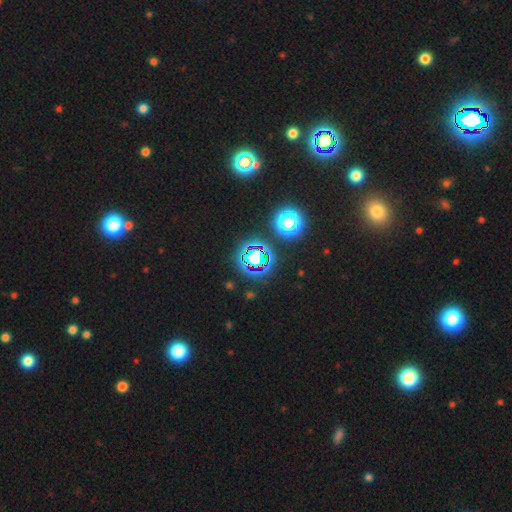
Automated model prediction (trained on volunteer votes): smooth_or_featured: star or artifact (p=0.78) [alt: smooth p=0.15]